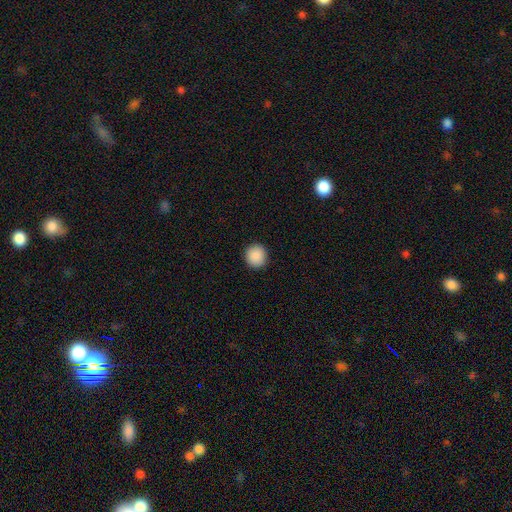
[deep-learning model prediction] Smooth or featured?
  - smooth: 90% *
  - star or artifact: 8%
  - featured or disk: 2%
How rounded?
  - round: 91% *
  - in between: 8%
  - cigar-shaped: 1%
Merging?
  - none: 92% *
  - minor disturbance: 5%
  - major disturbance: 2%
  - merger: 1%